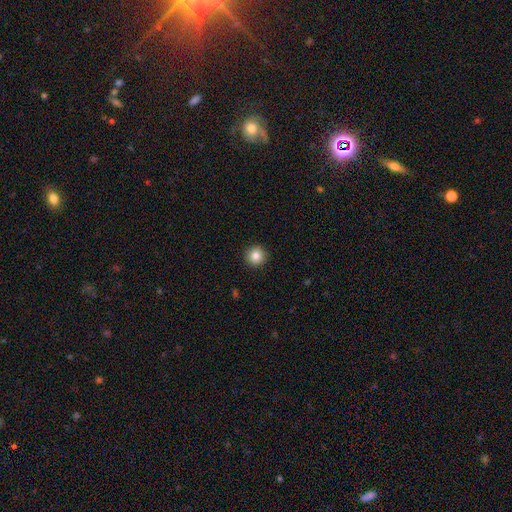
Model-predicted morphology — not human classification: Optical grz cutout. It shows a smooth galaxy with no disk features (85%) that is round (96%). Merging: none (93%).